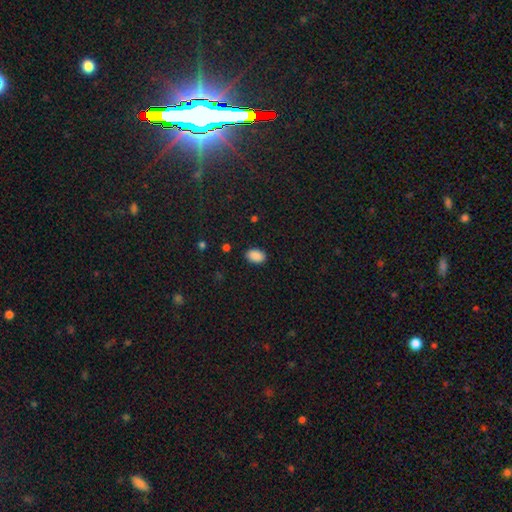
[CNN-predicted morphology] The model was most divided on "how rounded": in between: 89%, round: 10%, cigar-shaped: 1%. More confident: smooth or featured — smooth (89%); merging — none (88%).